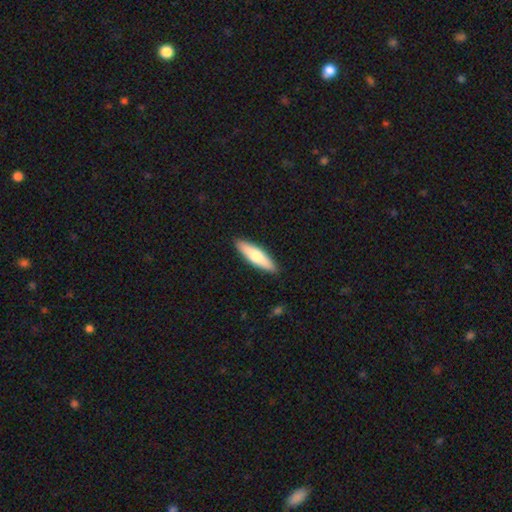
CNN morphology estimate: Overall: smooth (64%; featured or disk 31%). How rounded: cigar-shaped (67%; in between 31%). Merging: none (90%).